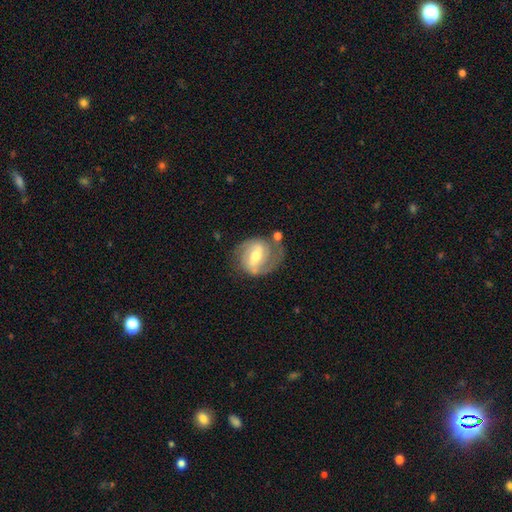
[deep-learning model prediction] Overall: featured or disk (80%). Edge-on disk: no (97%). Bar: weak (43%; strong 42%). Spiral arms: yes (92%). Spiral arm count: 2 (83%). Spiral winding: medium (48%; tight 34%). Bulge size: moderate (61%; small 31%). Merging: none (62%).